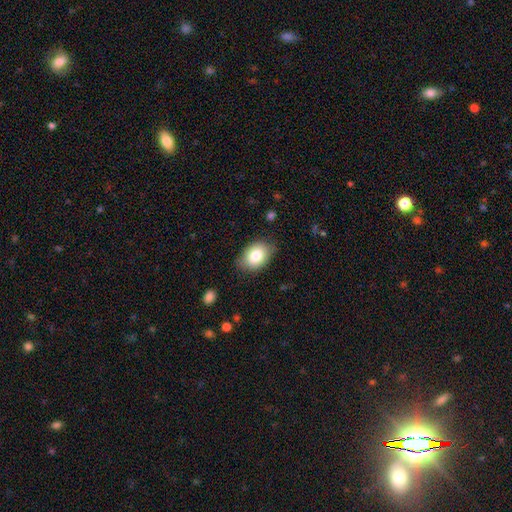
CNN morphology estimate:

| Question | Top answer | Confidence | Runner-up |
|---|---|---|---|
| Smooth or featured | smooth | 81% | featured or disk (11%) |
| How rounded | in between | 79% | round (20%) |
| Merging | none | 78% | minor disturbance (17%) |